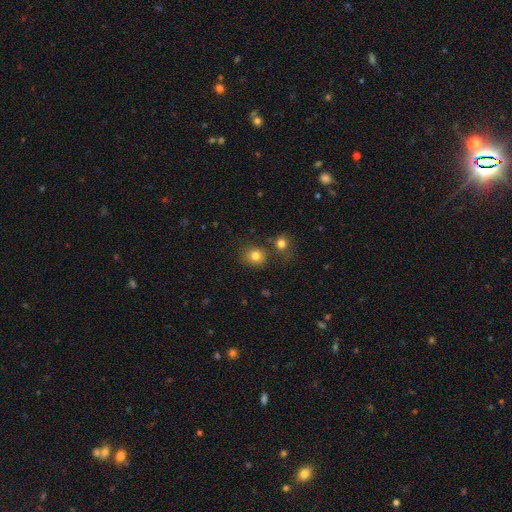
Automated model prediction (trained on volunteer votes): smooth_or_featured: smooth (p=0.79) [alt: star or artifact p=0.13]
how_rounded: round (p=0.81) [alt: in between p=0.19]
merging: none (p=0.73) [alt: merger p=0.13]